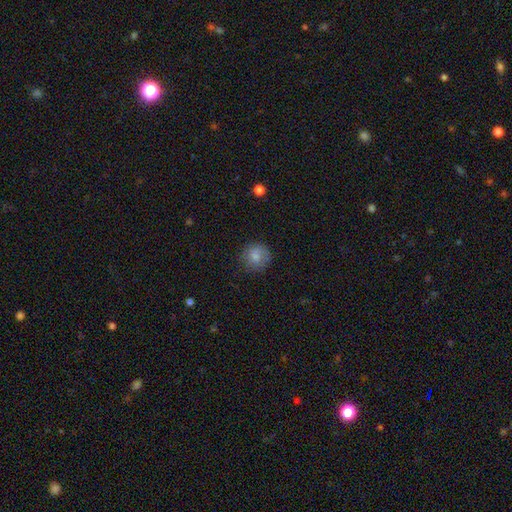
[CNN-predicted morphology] The model was most divided on "merging": none: 79%, minor disturbance: 15%, major disturbance: 4%, merger: 1%. More confident: how rounded — round (91%); smooth or featured — smooth (81%).